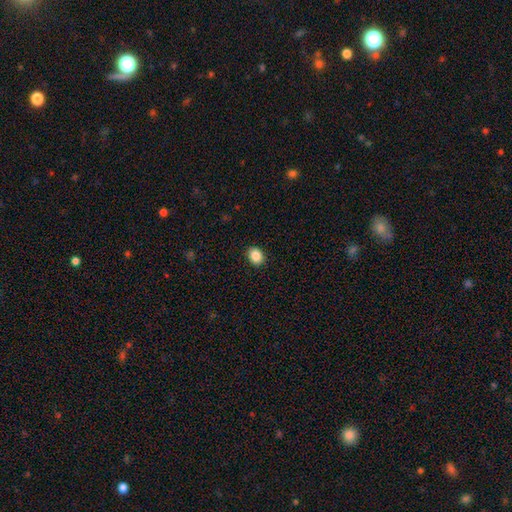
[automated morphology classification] type=smooth (88%); roundness=in between (52%); merging=none (90%).